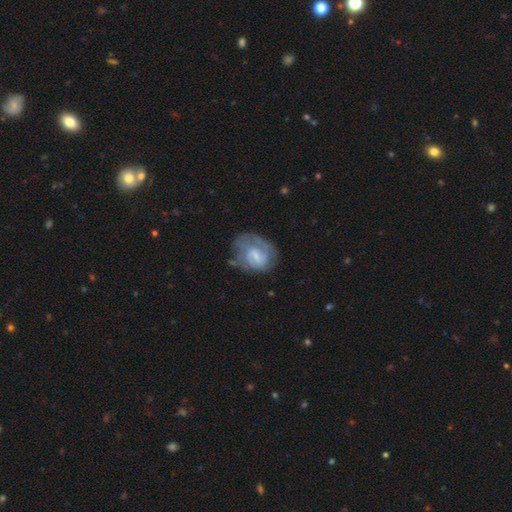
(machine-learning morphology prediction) A featured or disk galaxy (61%) with a weak bar (52%), spiral arms (74%) and a small central bulge (36%).

Vote fractions:
- Smooth or featured? featured or disk: 61% / smooth: 31% / star or artifact: 7%
- Edge-on disk? no: 97% / yes: 3%
- Bar? weak: 52% / no: 34% / strong: 14%
- Spiral arms? yes: 74% / no: 26%
- Bulge size? small: 36% / moderate: 30% / none: 27% / large: 7% / dominant: 1%
- Merging? none: 47% / minor disturbance: 27% / major disturbance: 23% / merger: 3%